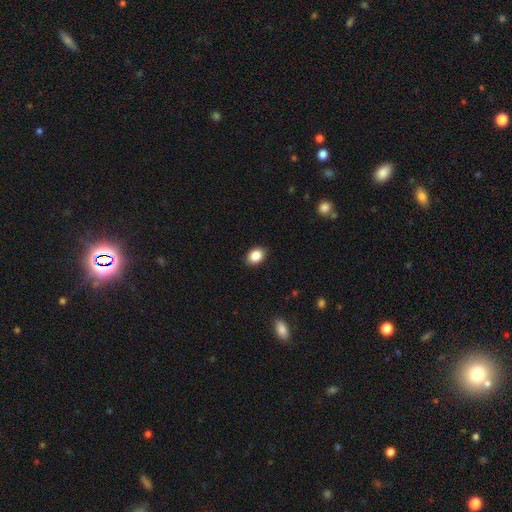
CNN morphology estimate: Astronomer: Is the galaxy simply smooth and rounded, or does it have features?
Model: smooth — 87%.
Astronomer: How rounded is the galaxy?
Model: in between — 77%.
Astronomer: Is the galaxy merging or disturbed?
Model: none — 89%.